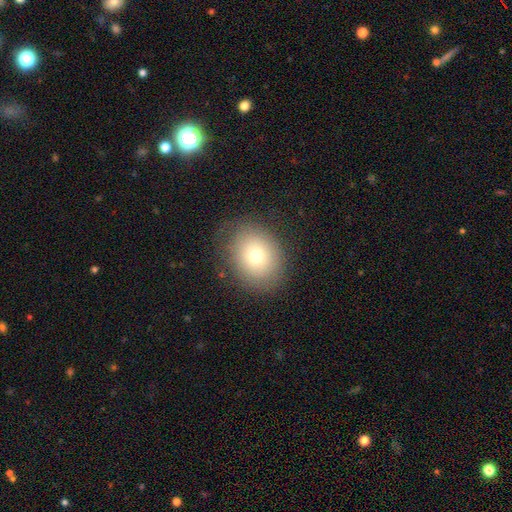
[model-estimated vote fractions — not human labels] A smooth galaxy with no disk features (74%) that is in between round and cigar-shaped (51%). Merging: none (80%).